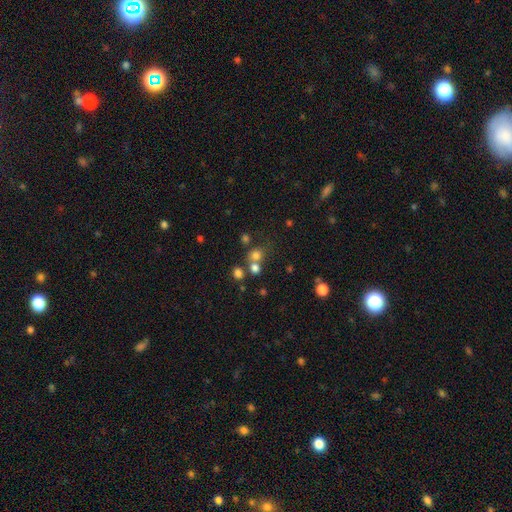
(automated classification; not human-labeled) Q: Smooth or featured?
A: smooth (71%); runner-up: star or artifact (19%)
Q: How rounded?
A: round (81%); runner-up: in between (18%)
Q: Merging?
A: none (54%); runner-up: merger (33%)